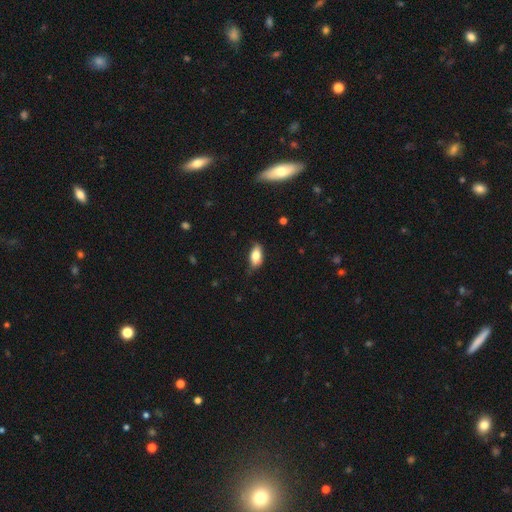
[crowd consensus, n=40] Smooth or featured? smooth (85%)
How rounded? in between (71%)
Merging? none (50%)